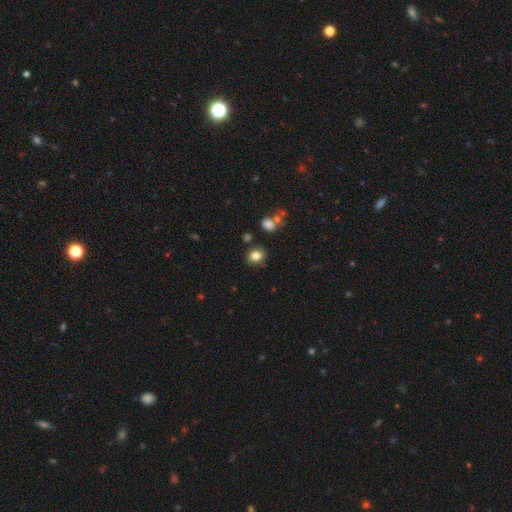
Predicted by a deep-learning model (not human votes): This appears to be a smooth galaxy with no disk features (81%) that is round (62%). Merging: none (79%).